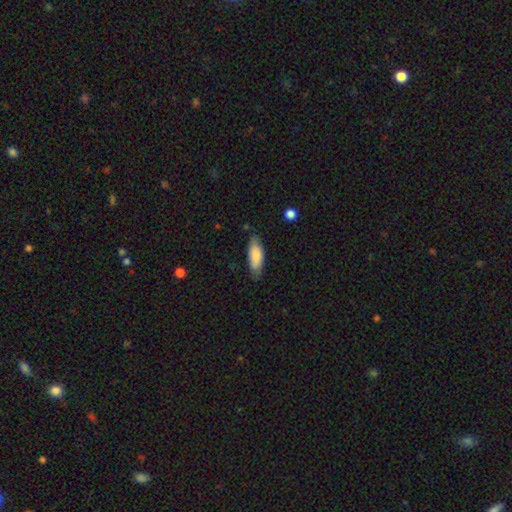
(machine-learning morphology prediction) type=smooth (82%); roundness=in between (70%); merging=none (76%).